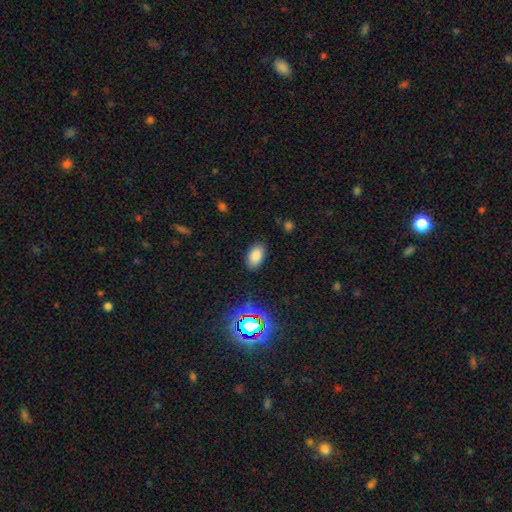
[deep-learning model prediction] A smooth galaxy with no disk features (82%) that is in between round and cigar-shaped (92%).

Vote fractions:
- Smooth or featured? smooth: 82% / star or artifact: 12% / featured or disk: 5%
- How rounded? in between: 92% / round: 6% / cigar-shaped: 1%
- Merging? none: 86% / minor disturbance: 10% / major disturbance: 3% / merger: 1%